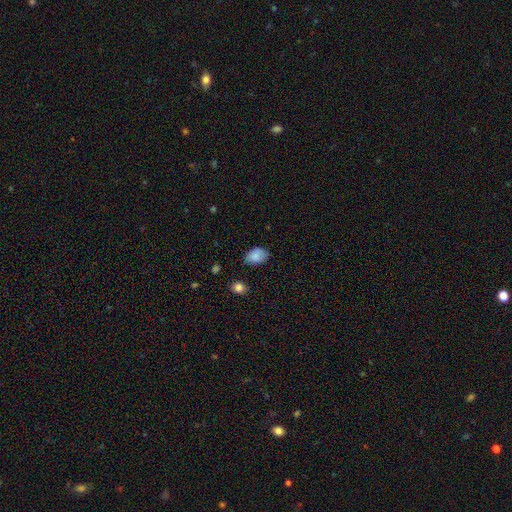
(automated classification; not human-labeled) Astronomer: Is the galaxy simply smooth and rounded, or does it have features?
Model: smooth — 84%.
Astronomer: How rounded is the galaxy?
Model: in between — 82%.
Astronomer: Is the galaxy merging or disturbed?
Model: none — 66%.